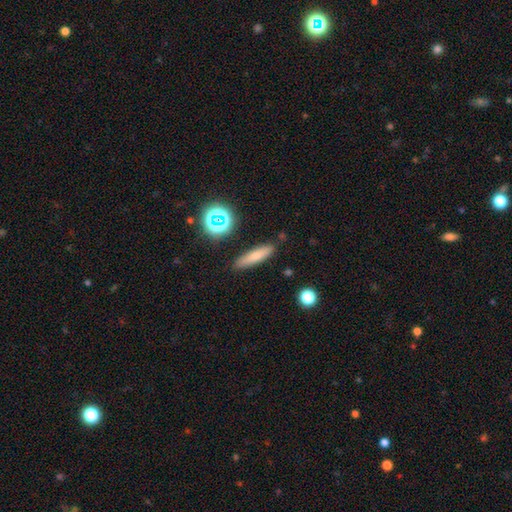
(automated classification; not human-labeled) Overall: smooth (71%). How rounded: cigar-shaped (76%). Merging: none (87%).